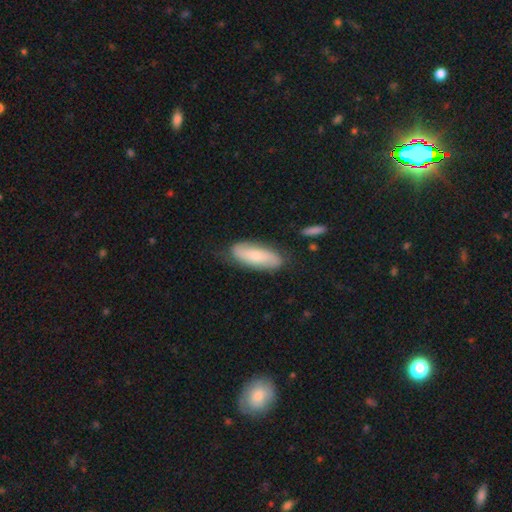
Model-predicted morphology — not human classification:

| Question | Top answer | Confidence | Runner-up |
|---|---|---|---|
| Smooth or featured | smooth | 53% | featured or disk (41%) |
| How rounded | in between | 73% | cigar-shaped (25%) |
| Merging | none | 74% | minor disturbance (19%) |